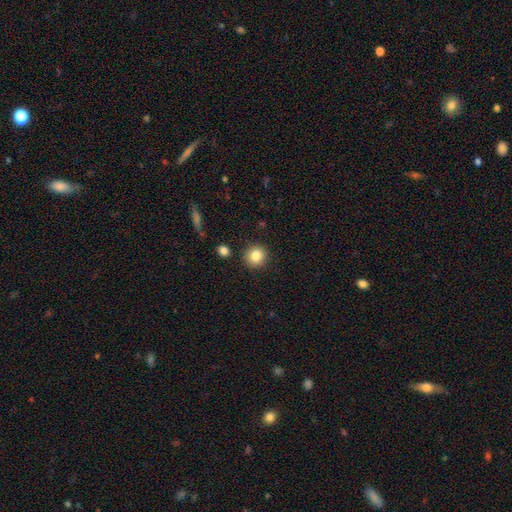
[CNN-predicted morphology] Q: Smooth or featured?
A: smooth (84%); runner-up: star or artifact (10%)
Q: How rounded?
A: round (91%); runner-up: in between (8%)
Q: Merging?
A: none (89%); runner-up: minor disturbance (7%)